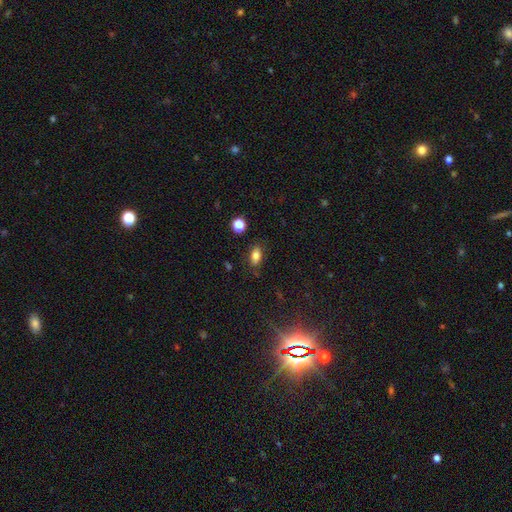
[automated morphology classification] smooth-or-featured: smooth: 80% | star or artifact: 11% | featured or disk: 9%
  how-rounded: in between: 86% | round: 9% | cigar-shaped: 5%
  merging: none: 83% | minor disturbance: 12% | major disturbance: 3% | merger: 2%